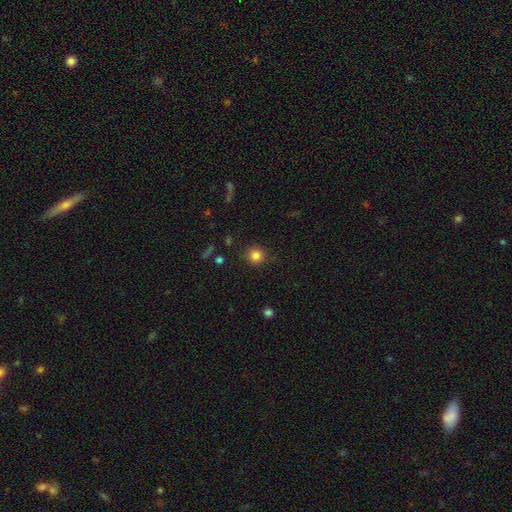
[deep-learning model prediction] A smooth galaxy with no disk features (83%) that is round (94%).

Vote fractions:
- Smooth or featured? smooth: 83% / star or artifact: 12% / featured or disk: 5%
- How rounded? round: 94% / in between: 5% / cigar-shaped: 1%
- Merging? none: 89% / minor disturbance: 7% / major disturbance: 2% / merger: 1%